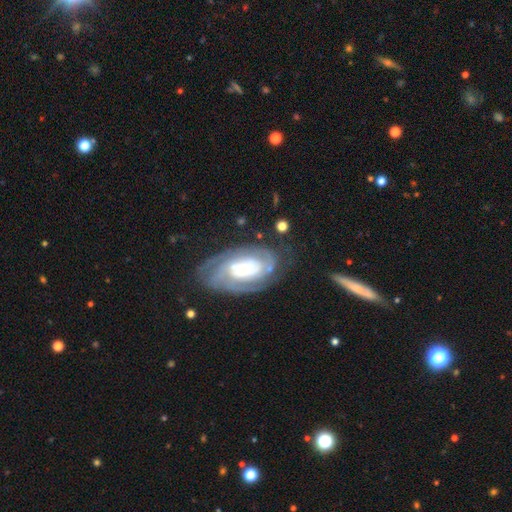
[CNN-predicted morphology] This appears to be a featured or disk galaxy (80%) with no bar (52%), 2 (43%) tight (68%) spiral arms (91%) and a moderate central bulge (49%). Merging: none (76%).